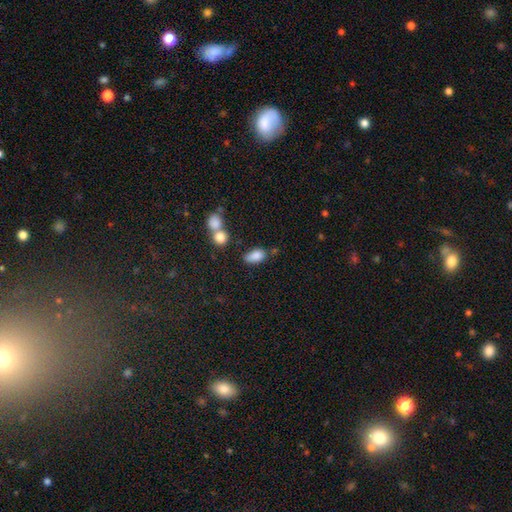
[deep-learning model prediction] smooth 83%, star or artifact 10%, featured or disk 7%. Down the decision tree: how rounded — in between (87%); merging — none (52%).